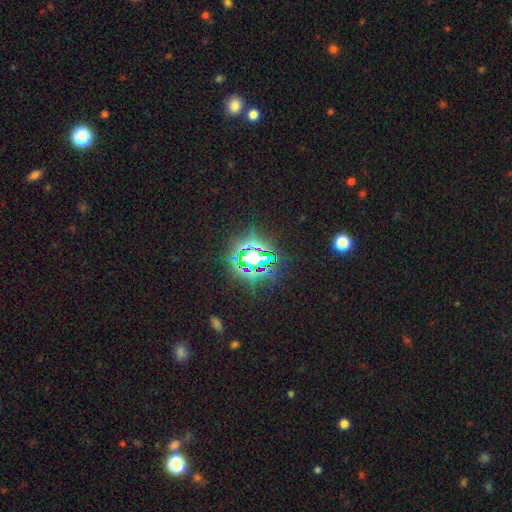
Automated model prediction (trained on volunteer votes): This appears to be a star or artifact, not a galaxy (76%).